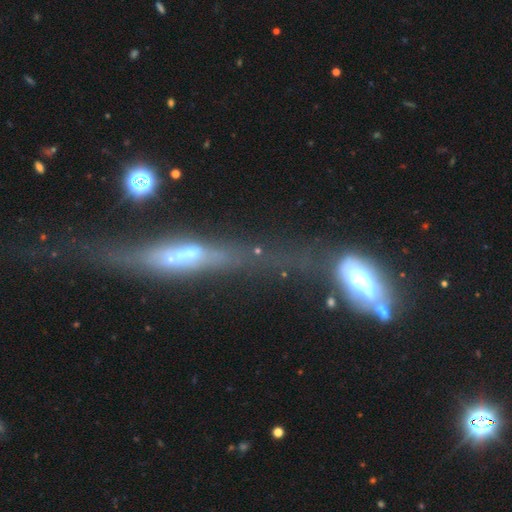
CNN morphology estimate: smooth_or_featured: featured or disk (p=0.68) [alt: smooth p=0.17]
disk_edge_on: yes (p=0.80) [alt: no p=0.20]
edge_on_bulge: rounded (p=0.51) [alt: boxy p=0.27]
merging: none (p=0.43) [alt: major disturbance p=0.20]